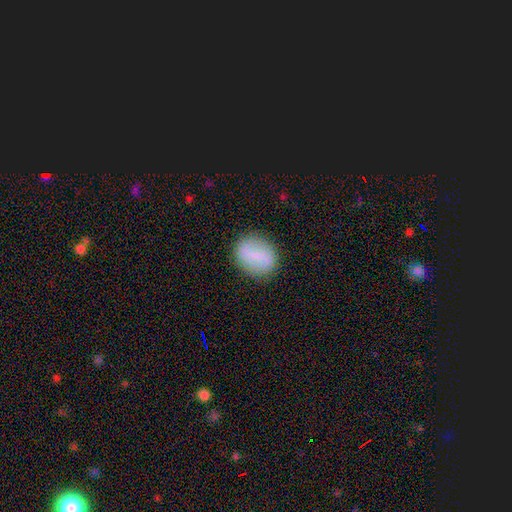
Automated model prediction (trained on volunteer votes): smooth_or_featured: smooth (p=0.65) [alt: featured or disk p=0.27]
how_rounded: round (p=0.54) [alt: in between p=0.45]
merging: none (p=0.83) [alt: minor disturbance p=0.11]